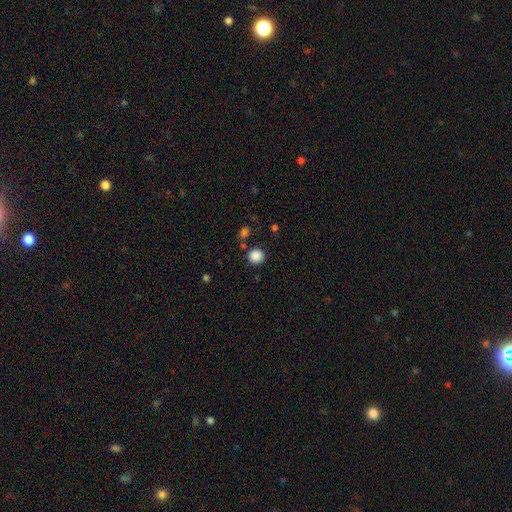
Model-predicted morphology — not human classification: smooth-or-featured: smooth: 88% | star or artifact: 10% | featured or disk: 3%
  how-rounded: round: 89% | in between: 10% | cigar-shaped: 1%
  merging: none: 84% | minor disturbance: 8% | merger: 5% | major disturbance: 3%